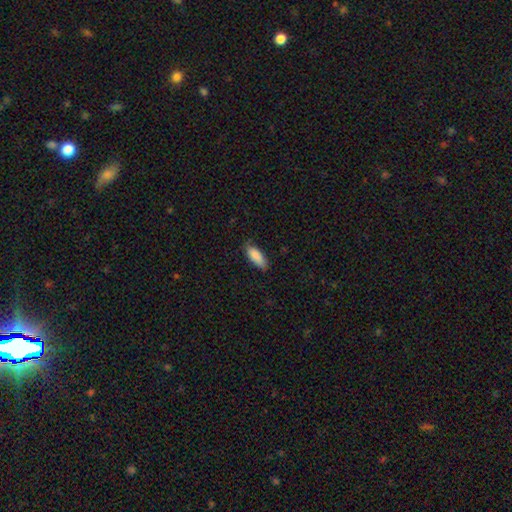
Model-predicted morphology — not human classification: A smooth galaxy with no disk features (87%) that is in between round and cigar-shaped (72%). Merging: none (76%).